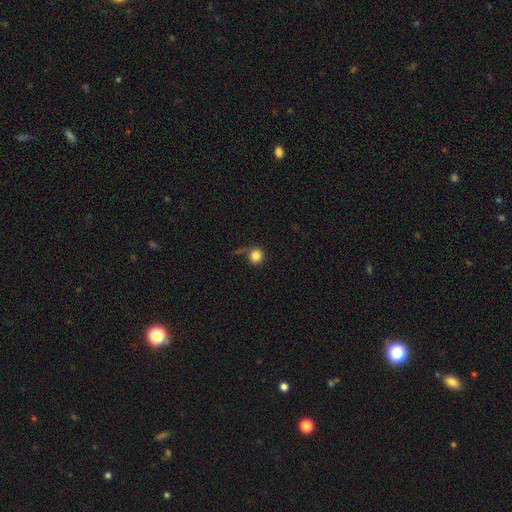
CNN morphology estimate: A smooth galaxy with no disk features (85%) that is round (91%).

Vote fractions:
- Smooth or featured? smooth: 85% / star or artifact: 10% / featured or disk: 5%
- How rounded? round: 91% / in between: 8% / cigar-shaped: 1%
- Merging? none: 69% / minor disturbance: 16% / major disturbance: 9% / merger: 6%